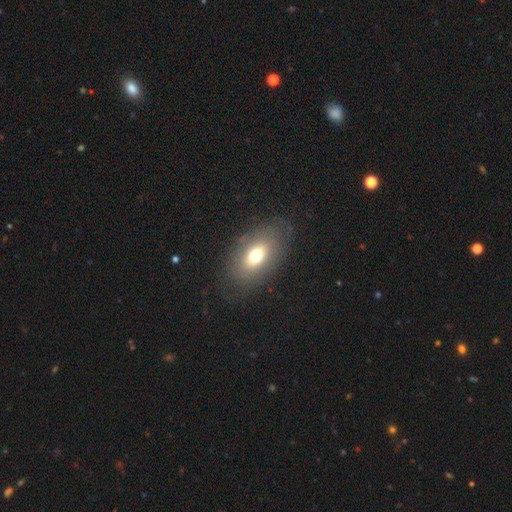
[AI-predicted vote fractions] Smooth or featured? smooth (69%)
How rounded? in between (87%)
Merging? none (79%)